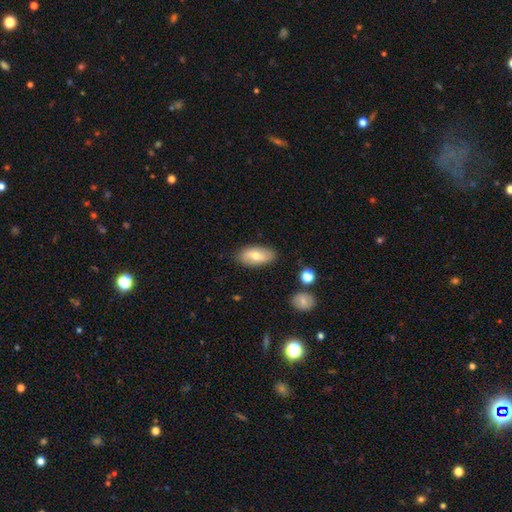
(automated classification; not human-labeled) Smooth or featured: smooth — 67% (featured or disk — 27%)
How rounded: in between — 89% (cigar-shaped — 8%)
Merging: none — 85% (minor disturbance — 11%)